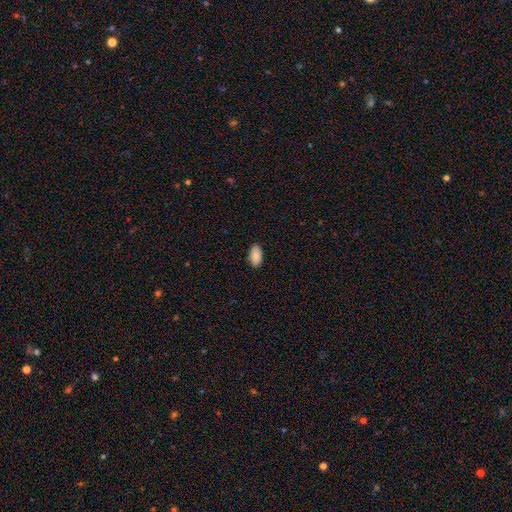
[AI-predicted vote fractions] The model was most divided on "merging": none: 88%, minor disturbance: 9%, major disturbance: 2%, merger: 1%. More confident: how rounded — in between (94%); smooth or featured — smooth (90%).